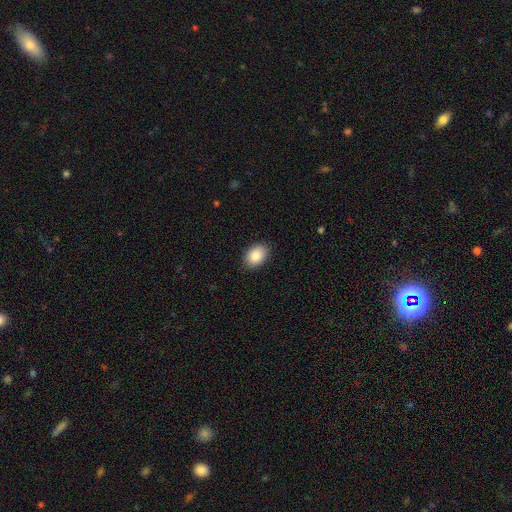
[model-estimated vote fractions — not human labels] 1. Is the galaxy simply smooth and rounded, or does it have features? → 87% smooth, 7% star or artifact, 6% featured or disk.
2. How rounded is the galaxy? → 82% in between, 17% round, 1% cigar-shaped.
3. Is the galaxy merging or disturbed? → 88% none, 9% minor disturbance, 2% major disturbance, 1% merger.